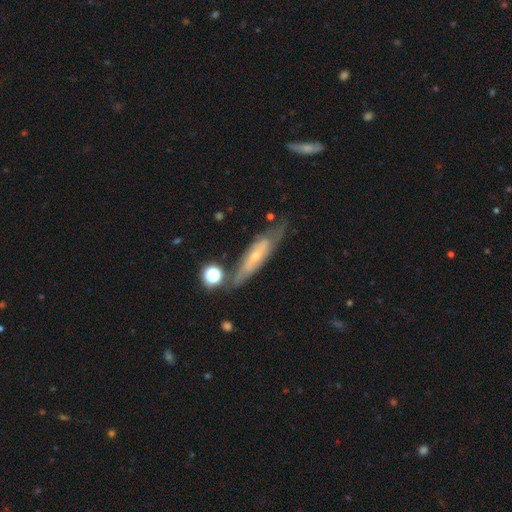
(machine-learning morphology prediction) smooth-or-featured: featured or disk: 70% | smooth: 23% | star or artifact: 7%
  disk-edge-on: no: 60% | yes: 40%
  merging: none: 61% | minor disturbance: 23% | major disturbance: 10% | merger: 6%